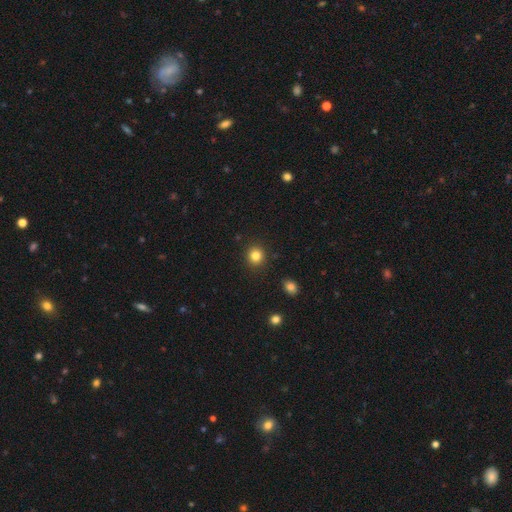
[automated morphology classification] Smooth or featured? smooth (83%)
How rounded? round (89%)
Merging? none (90%)